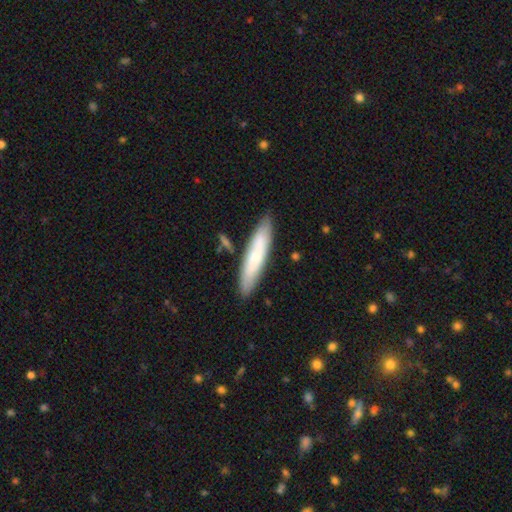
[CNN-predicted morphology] A smooth galaxy with no disk features (69%) that is cigar-shaped (85%).

Vote fractions:
- Smooth or featured? smooth: 69% / featured or disk: 26% / star or artifact: 6%
- How rounded? cigar-shaped: 85% / in between: 13% / round: 1%
- Merging? none: 84% / minor disturbance: 11% / merger: 3% / major disturbance: 2%